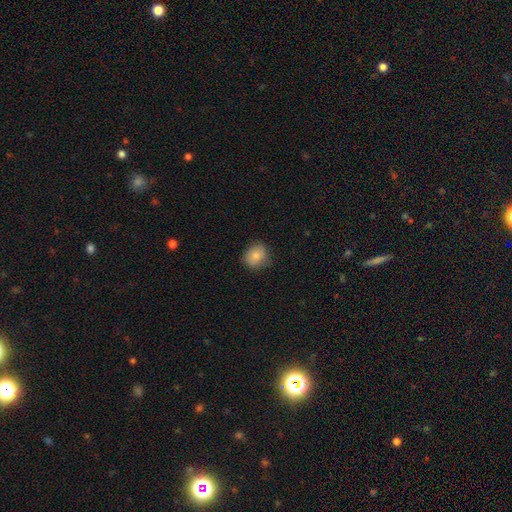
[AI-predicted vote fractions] Q: Smooth or featured?
A: smooth (81%); runner-up: featured or disk (11%)
Q: How rounded?
A: round (66%); runner-up: in between (33%)
Q: Merging?
A: none (74%); runner-up: minor disturbance (21%)